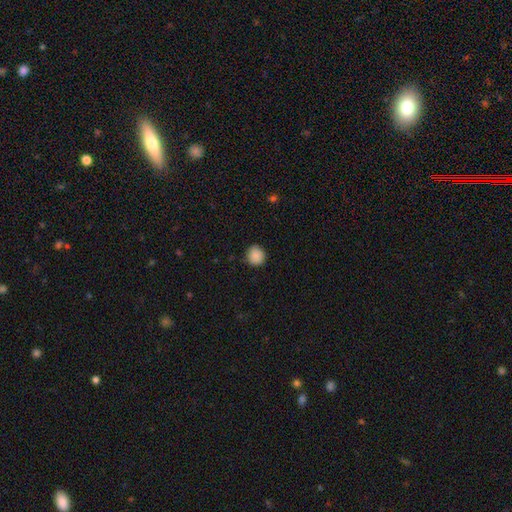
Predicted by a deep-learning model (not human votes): Morphology: type=smooth (88%); roundness=round (89%); merging=none (85%).